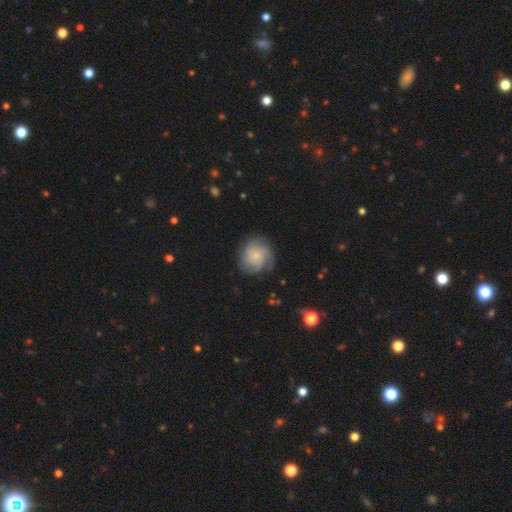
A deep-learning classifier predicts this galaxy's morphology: Overall: featured or disk (57%; smooth 34%). Edge-on disk: no (98%). Bar: no (78%). Spiral arms: yes (92%). Spiral arm count: can't tell (32%; 4 22%). Spiral winding: tight (52%; medium 35%). Bulge size: small (65%). Merging: none (78%).